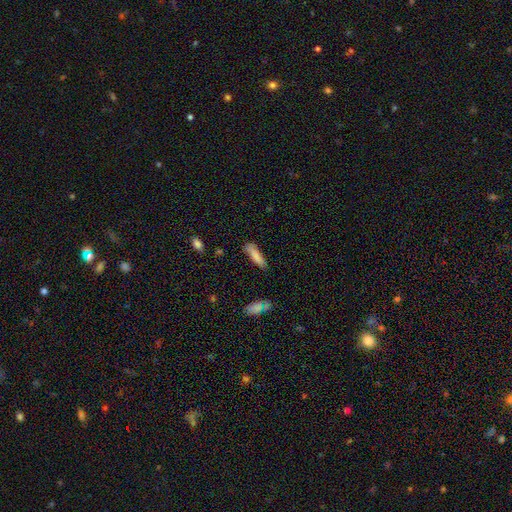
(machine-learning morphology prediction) smooth 83%, featured or disk 10%, star or artifact 7%. Down the decision tree: how rounded — cigar-shaped (71%); merging — none (74%).